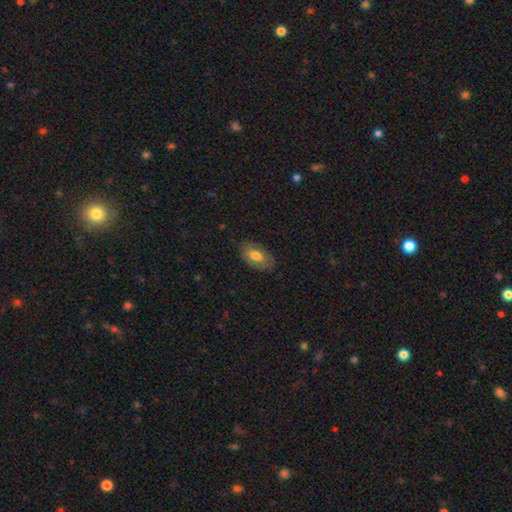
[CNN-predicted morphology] Overall: smooth (67%). How rounded: in between (93%). Merging: none (78%).